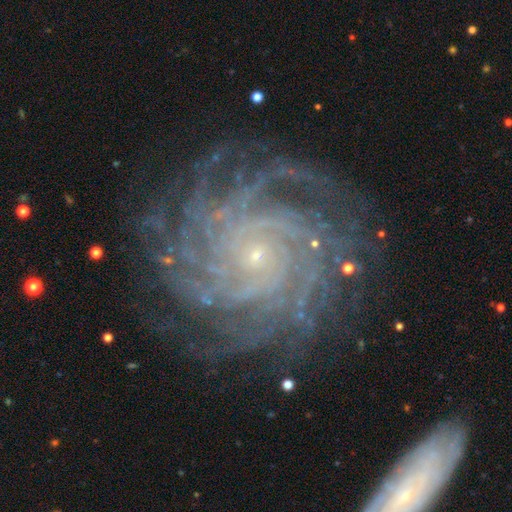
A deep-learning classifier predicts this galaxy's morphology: Smooth or featured? Predicted: featured or disk (p=0.87). Edge-on disk? Predicted: no (p=0.96). Bar? Predicted: no (p=0.75). Spiral arms? Predicted: yes (p=0.98). Spiral winding? Predicted: tight (p=0.80). Spiral arm count? Predicted: more than 4 (p=0.35). Bulge size? Predicted: small (p=0.86). Merging? Predicted: none (p=0.79).